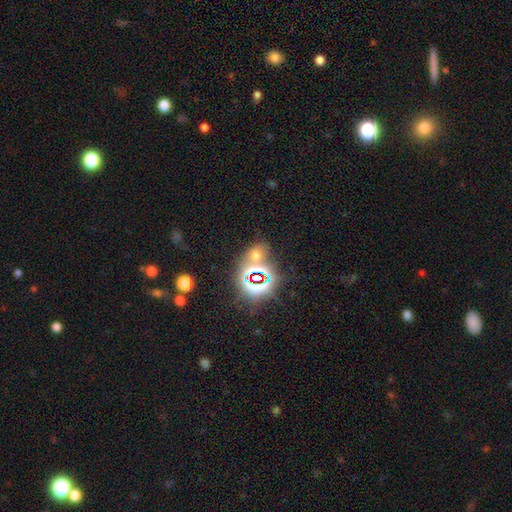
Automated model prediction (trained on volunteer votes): Smooth or featured? star or artifact (54%)